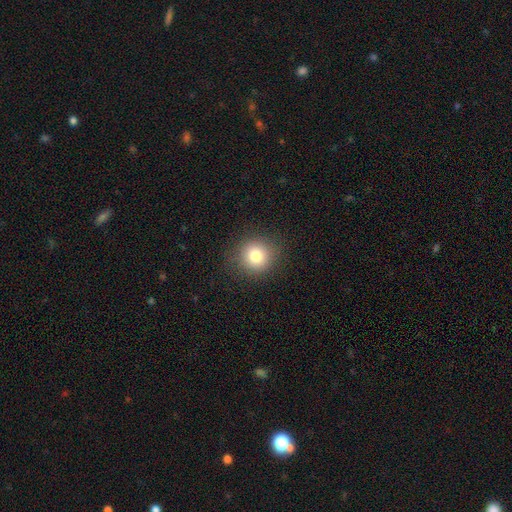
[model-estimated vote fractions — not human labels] Overall: smooth (80%). How rounded: round (90%). Merging: none (88%).